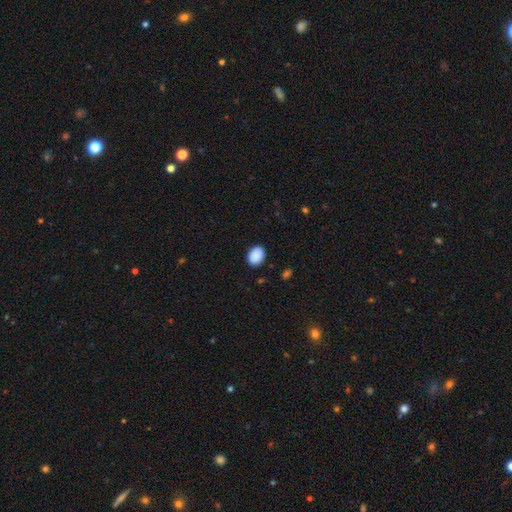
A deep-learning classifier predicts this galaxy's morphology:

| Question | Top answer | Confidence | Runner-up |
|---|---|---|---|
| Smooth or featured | smooth | 90% | star or artifact (7%) |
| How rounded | in between | 71% | round (28%) |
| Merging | none | 87% | minor disturbance (10%) |